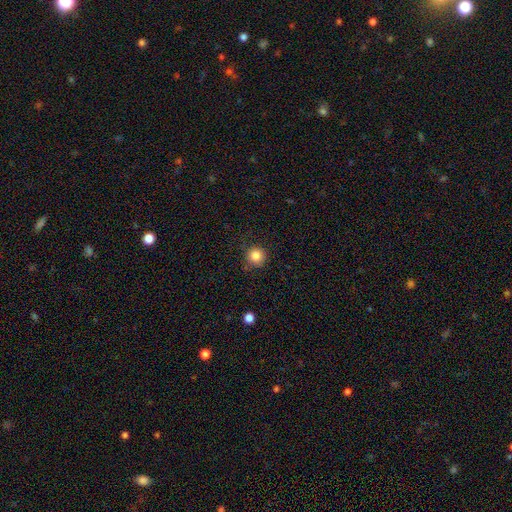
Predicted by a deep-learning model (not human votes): Overall: smooth (84%). How rounded: round (94%). Merging: none (84%).